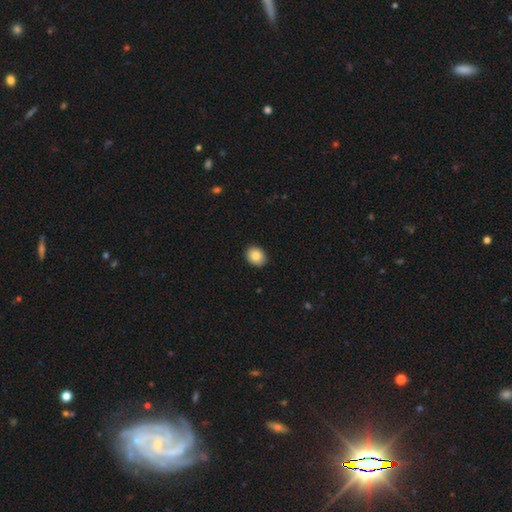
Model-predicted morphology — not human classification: smooth 84%, star or artifact 8%, featured or disk 8%. Down the decision tree: how rounded — round (53%); merging — none (91%).